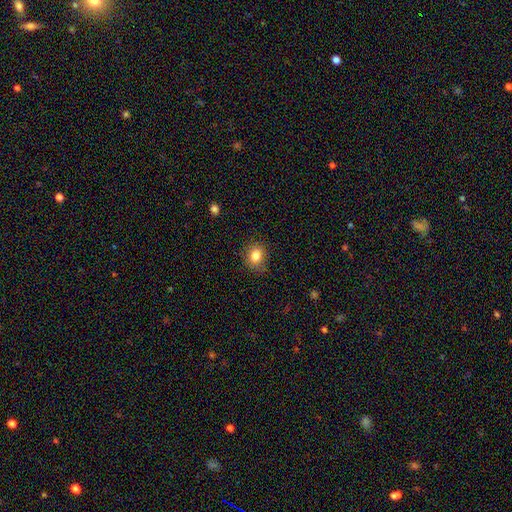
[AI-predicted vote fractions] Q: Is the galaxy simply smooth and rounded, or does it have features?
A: smooth — 82%.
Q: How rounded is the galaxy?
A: round — 68%.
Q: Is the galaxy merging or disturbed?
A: none — 84%.